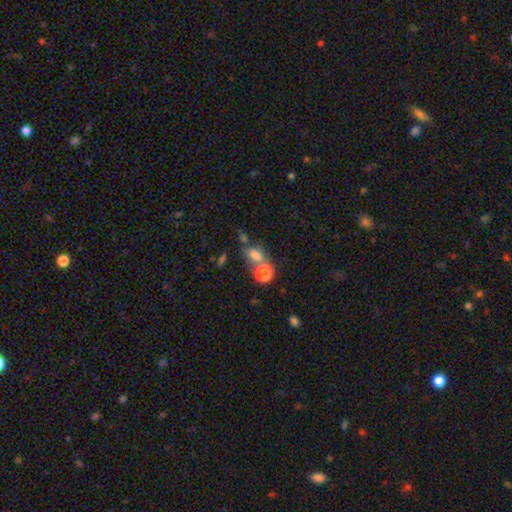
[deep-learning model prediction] smooth 73%, star or artifact 16%, featured or disk 11%. Down the decision tree: how rounded — in between (69%); merging — none (44%).